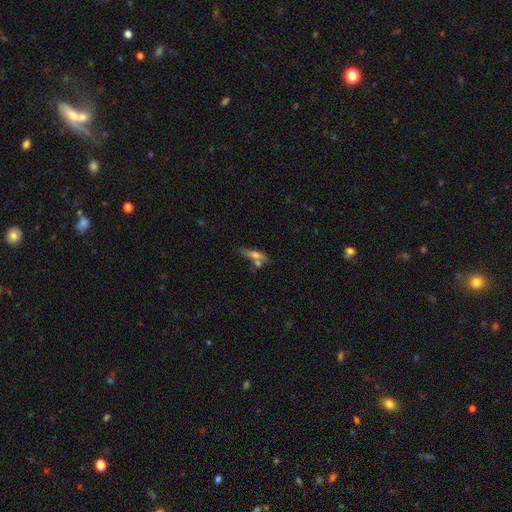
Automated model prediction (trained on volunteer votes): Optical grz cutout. It shows a smooth galaxy with no disk features (51%) that is cigar-shaped (65%). Merging: none (48%).